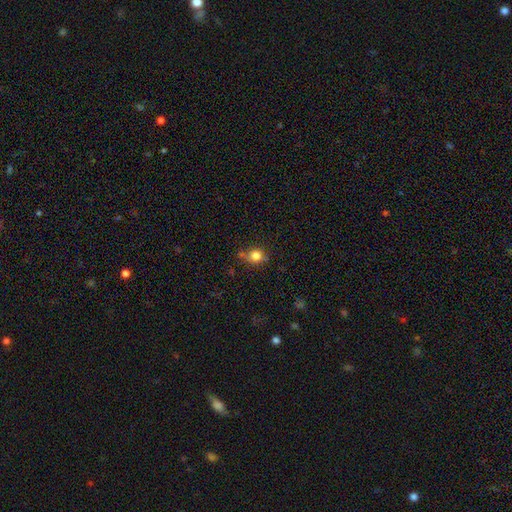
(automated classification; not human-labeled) smooth-or-featured: smooth: 81% | star or artifact: 12% | featured or disk: 7%
  how-rounded: round: 81% | in between: 18% | cigar-shaped: 1%
  merging: none: 70% | minor disturbance: 18% | merger: 7% | major disturbance: 5%